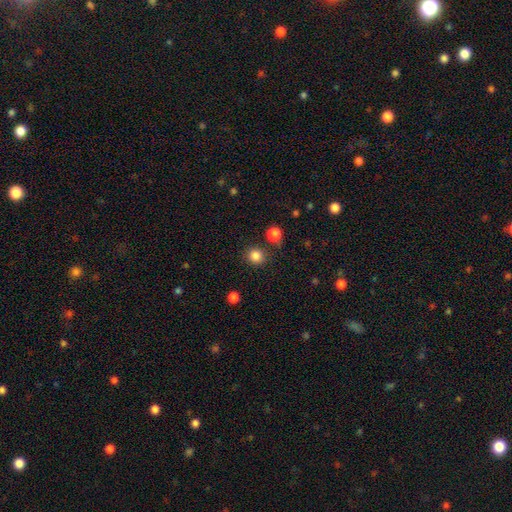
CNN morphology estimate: smooth-or-featured: smooth: 85% | star or artifact: 12% | featured or disk: 3%
  how-rounded: round: 90% | in between: 9% | cigar-shaped: 1%
  merging: none: 86% | minor disturbance: 7% | merger: 4% | major disturbance: 3%